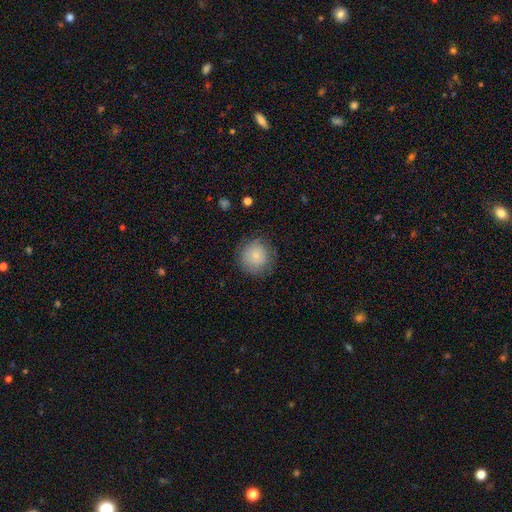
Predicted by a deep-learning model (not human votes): Smooth or featured?
  - smooth: 78% *
  - featured or disk: 14%
  - star or artifact: 8%
How rounded?
  - round: 93% *
  - in between: 6%
  - cigar-shaped: 1%
Merging?
  - none: 80% *
  - minor disturbance: 14%
  - major disturbance: 5%
  - merger: 1%